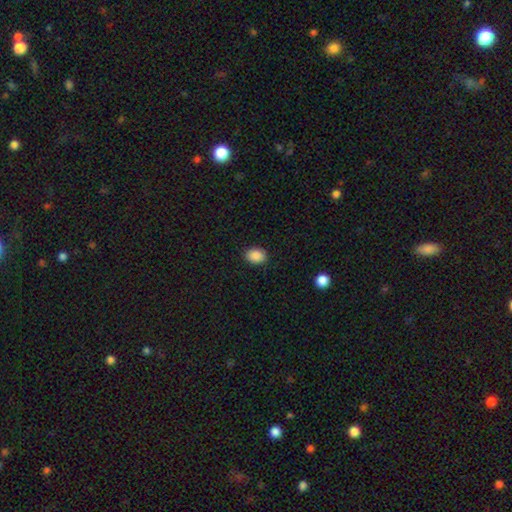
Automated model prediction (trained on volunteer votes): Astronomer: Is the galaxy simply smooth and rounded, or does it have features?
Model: smooth — 89%.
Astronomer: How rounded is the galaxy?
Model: in between — 66%.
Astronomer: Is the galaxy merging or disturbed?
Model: none — 89%.